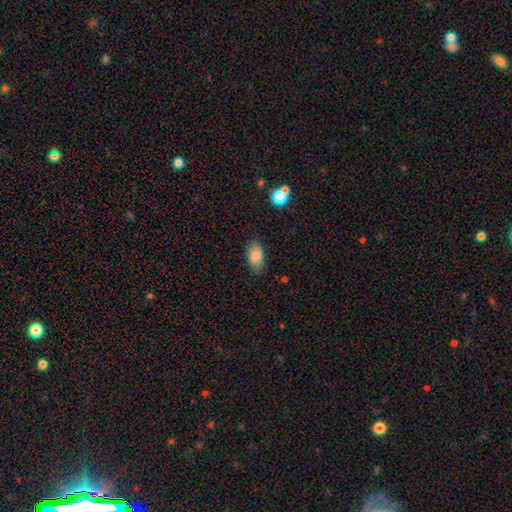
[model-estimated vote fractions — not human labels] Morphology: type=smooth (81%); roundness=in between (92%); merging=none (82%).